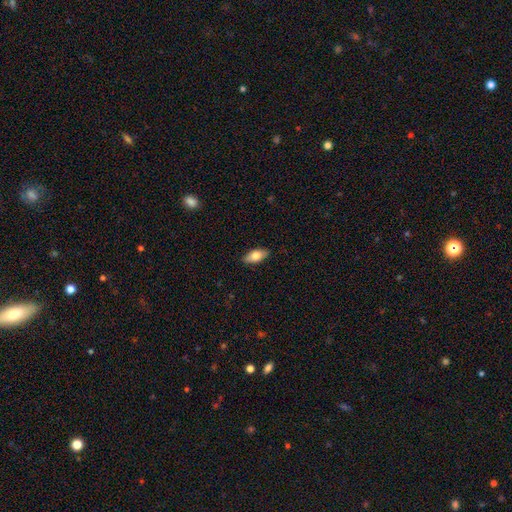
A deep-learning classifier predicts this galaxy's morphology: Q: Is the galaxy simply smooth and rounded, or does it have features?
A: smooth — 75%.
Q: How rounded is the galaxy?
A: in between — 86%.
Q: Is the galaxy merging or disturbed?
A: none — 88%.